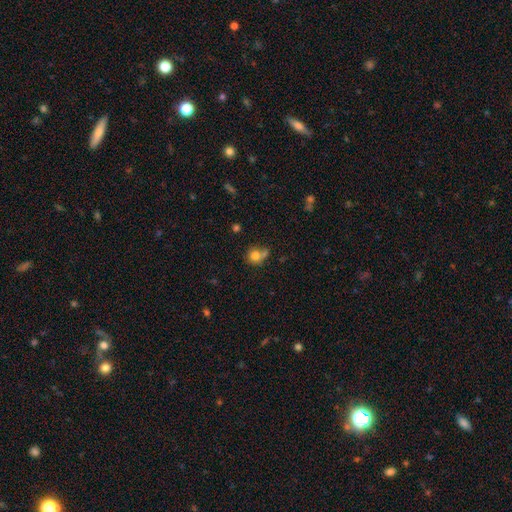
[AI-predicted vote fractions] smooth 78%, star or artifact 11%, featured or disk 11%. Down the decision tree: how rounded — round (80%); merging — none (47%).